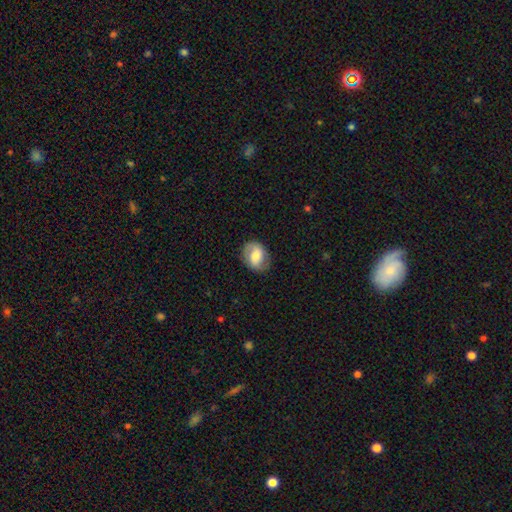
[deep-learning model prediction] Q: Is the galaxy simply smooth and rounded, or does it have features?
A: smooth — 55%.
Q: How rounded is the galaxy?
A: in between — 61%.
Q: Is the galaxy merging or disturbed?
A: none — 80%.